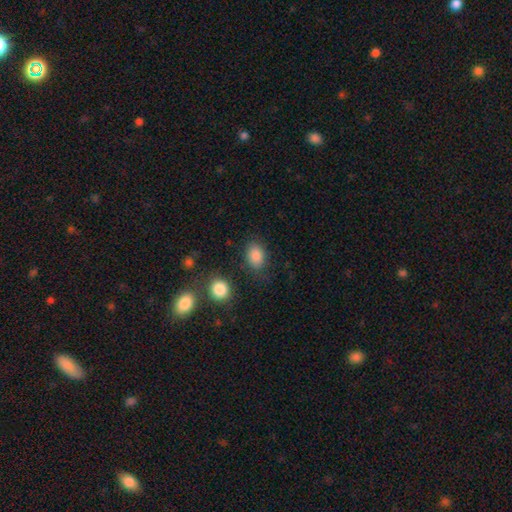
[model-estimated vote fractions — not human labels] The model was most divided on "how rounded": in between: 76%, round: 22%, cigar-shaped: 1%. More confident: smooth or featured — smooth (87%); merging — none (76%).